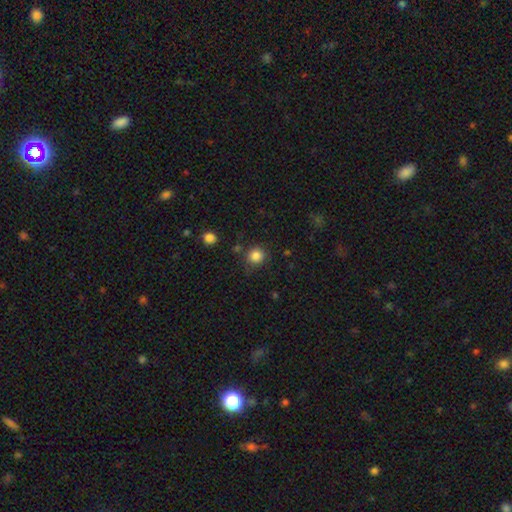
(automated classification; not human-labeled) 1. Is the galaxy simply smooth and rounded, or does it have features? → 84% smooth, 11% star or artifact, 5% featured or disk.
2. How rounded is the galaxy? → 92% round, 8% in between, 1% cigar-shaped.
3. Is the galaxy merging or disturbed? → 81% none, 11% minor disturbance, 4% merger, 4% major disturbance.